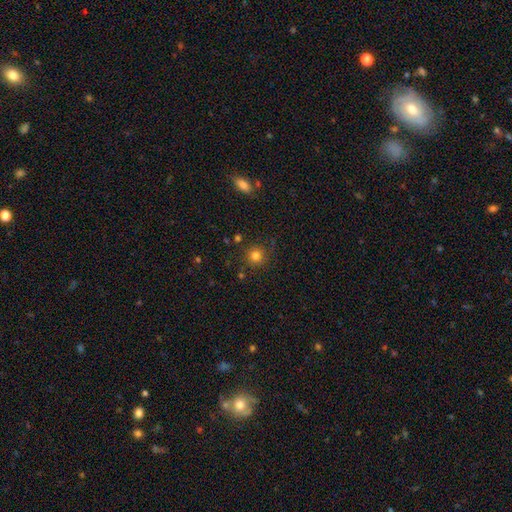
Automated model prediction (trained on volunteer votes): The model was most divided on "smooth or featured": smooth: 80%, star or artifact: 14%, featured or disk: 6%. More confident: how rounded — round (93%); merging — none (85%).